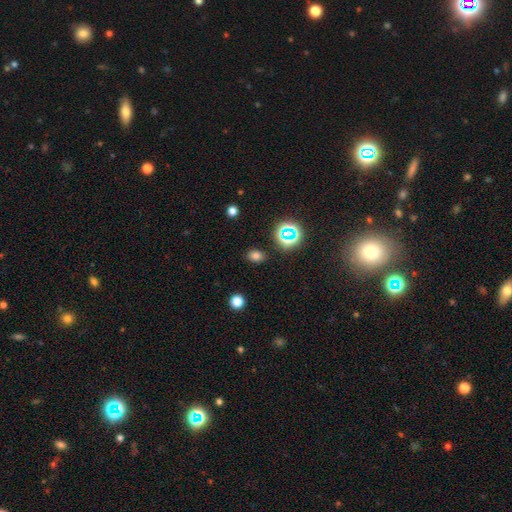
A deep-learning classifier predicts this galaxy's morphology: This is likely a smooth galaxy (74%). How rounded: likely in between (66%). Merging: clearly none (86%).